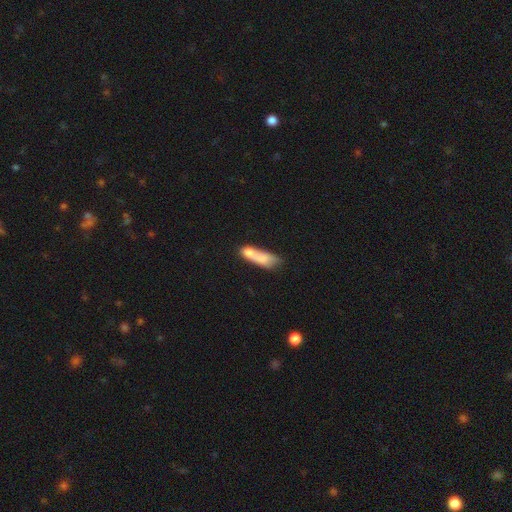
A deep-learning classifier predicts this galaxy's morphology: Smooth or featured? smooth (66%)
How rounded? cigar-shaped (49%)
Merging? merger (39%)